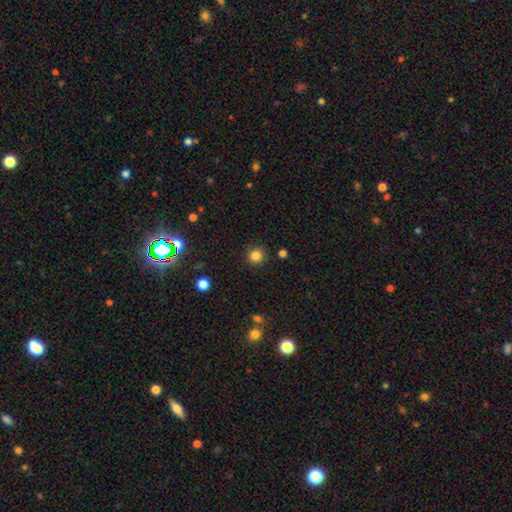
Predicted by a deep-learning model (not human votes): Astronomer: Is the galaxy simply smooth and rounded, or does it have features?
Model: smooth — 83%.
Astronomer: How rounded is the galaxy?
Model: round — 95%.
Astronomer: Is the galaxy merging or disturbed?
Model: none — 91%.